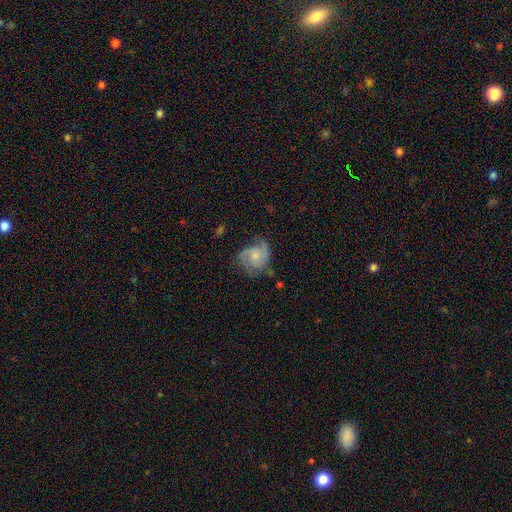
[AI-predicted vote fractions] Morphology: type=featured or disk (61%); edge-on=no (98%); bar=no (73%); spiral arms=yes (87%); winding=medium (45%); arm count=2 (41%); bulge=moderate (39%); merging=none (52%).